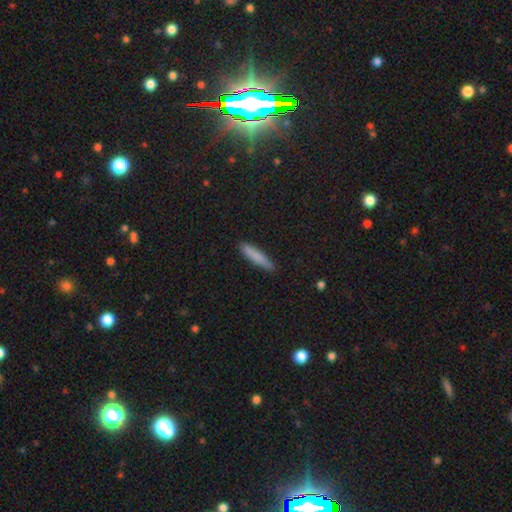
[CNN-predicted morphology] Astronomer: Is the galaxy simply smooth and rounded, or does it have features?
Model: smooth — 83%.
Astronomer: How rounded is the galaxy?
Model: cigar-shaped — 88%.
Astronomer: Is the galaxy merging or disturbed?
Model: none — 86%.